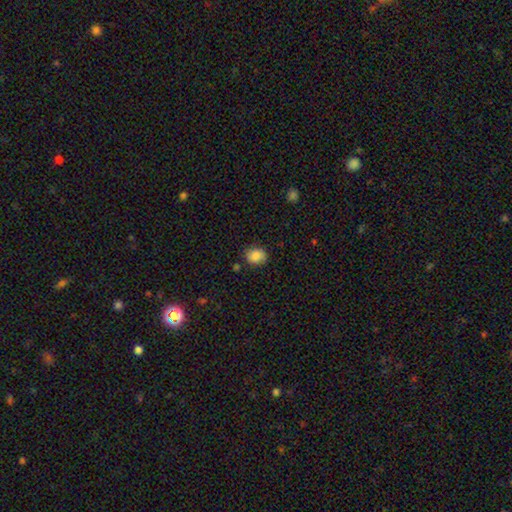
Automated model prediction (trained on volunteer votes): Smooth or featured: smooth — 81% (featured or disk — 10%)
How rounded: round — 57% (in between — 42%)
Merging: none — 80% (minor disturbance — 15%)